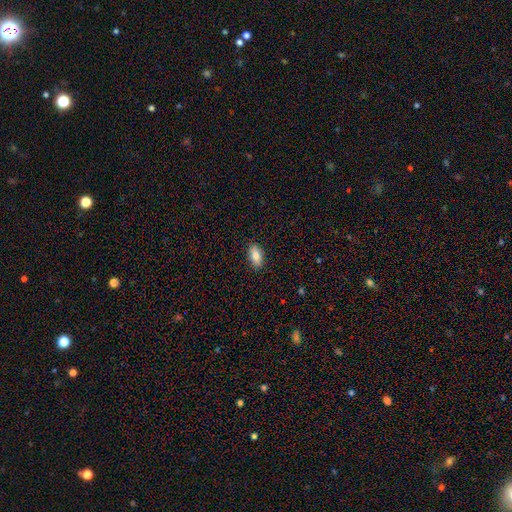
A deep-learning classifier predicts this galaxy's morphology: smooth 82%, featured or disk 10%, star or artifact 7%. Down the decision tree: how rounded — in between (89%); merging — none (88%).